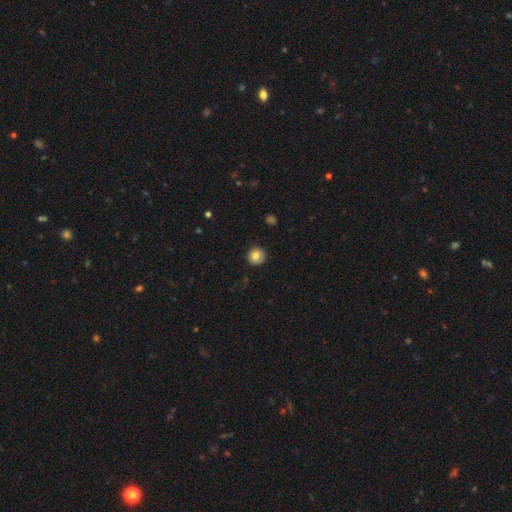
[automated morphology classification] Smooth or featured? Predicted: smooth (p=0.82). How rounded? Predicted: round (p=0.93). Merging? Predicted: none (p=0.88).